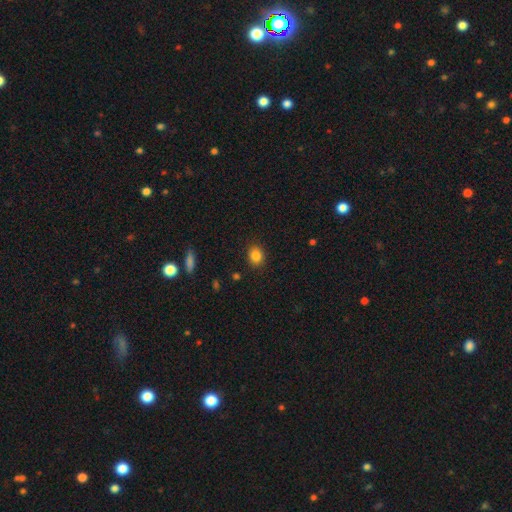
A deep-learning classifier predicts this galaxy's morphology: Smooth or featured? Predicted: smooth (p=0.84). How rounded? Predicted: round (p=0.63). Merging? Predicted: none (p=0.89).